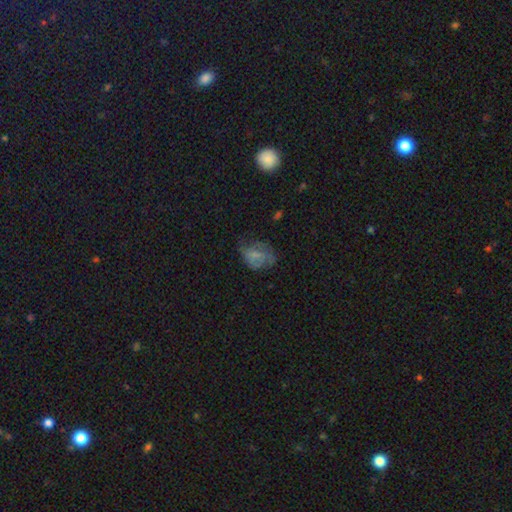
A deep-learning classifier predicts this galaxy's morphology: smooth 49%, featured or disk 39%, star or artifact 13%. Down the decision tree: merging — none (38%).